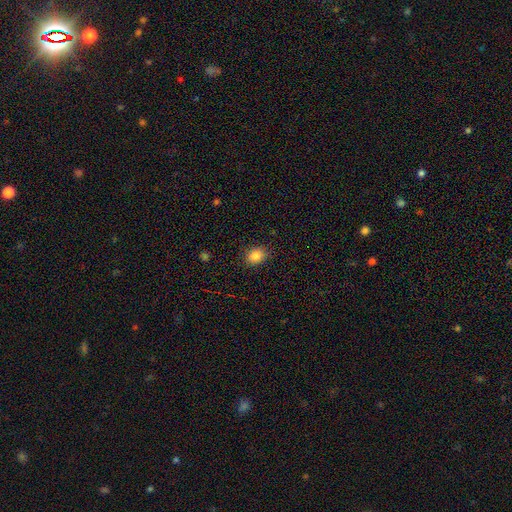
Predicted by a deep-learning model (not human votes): Morphology: type=smooth (86%); roundness=in between (52%); merging=none (86%).